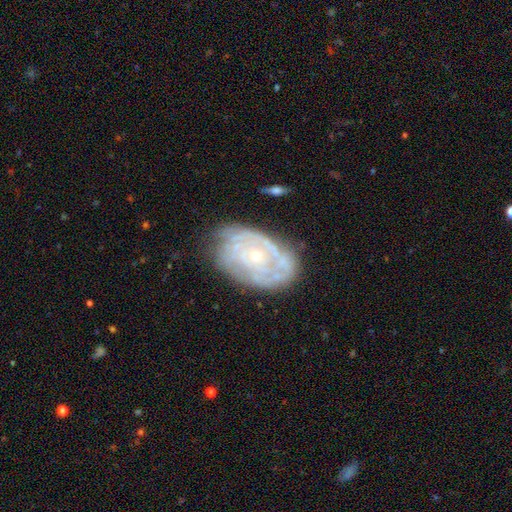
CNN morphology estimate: A featured or disk galaxy (74%) with no bar (84%), spiral arms (64%) and a small central bulge (74%). Merging: none (61%).